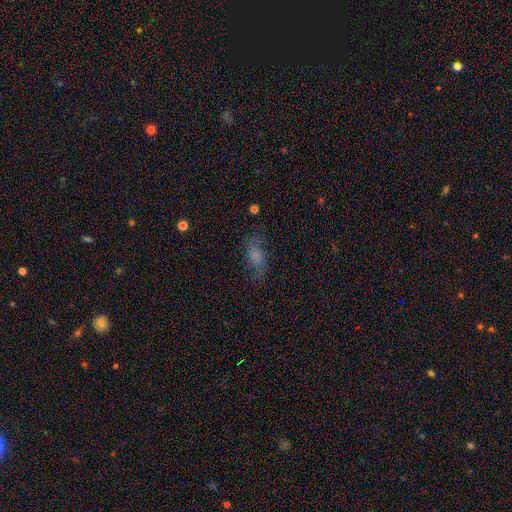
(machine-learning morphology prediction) Smooth or featured: smooth — 58% (featured or disk — 27%)
How rounded: in between — 82% (cigar-shaped — 12%)
Merging: none — 64% (minor disturbance — 21%)